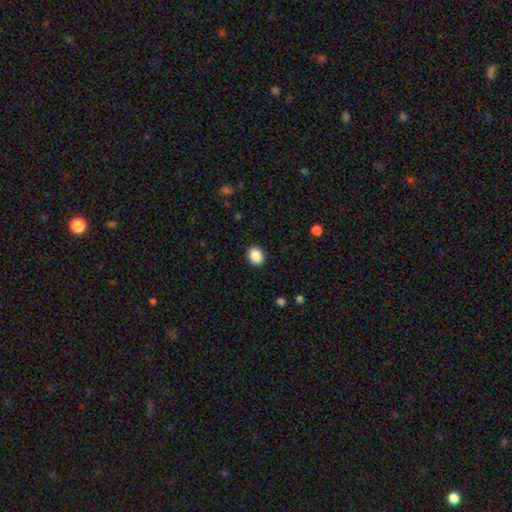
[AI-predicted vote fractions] Smooth or featured?
  - smooth: 89% *
  - star or artifact: 8%
  - featured or disk: 3%
How rounded?
  - round: 50% *
  - in between: 49%
  - cigar-shaped: 1%
Merging?
  - none: 91% *
  - minor disturbance: 6%
  - major disturbance: 2%
  - merger: 1%